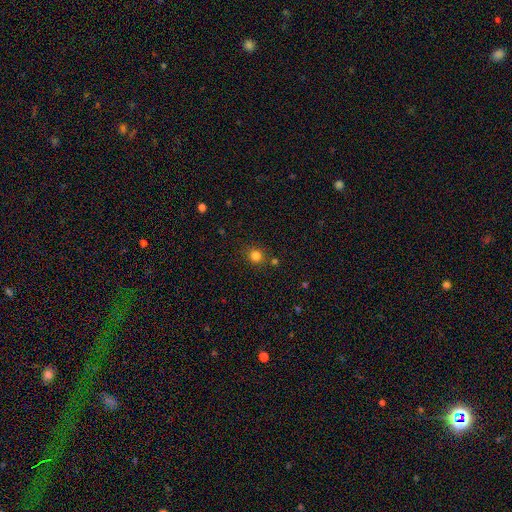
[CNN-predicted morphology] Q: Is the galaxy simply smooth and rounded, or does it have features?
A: smooth — 81%.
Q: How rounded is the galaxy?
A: round — 87%.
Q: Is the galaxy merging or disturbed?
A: none — 80%.